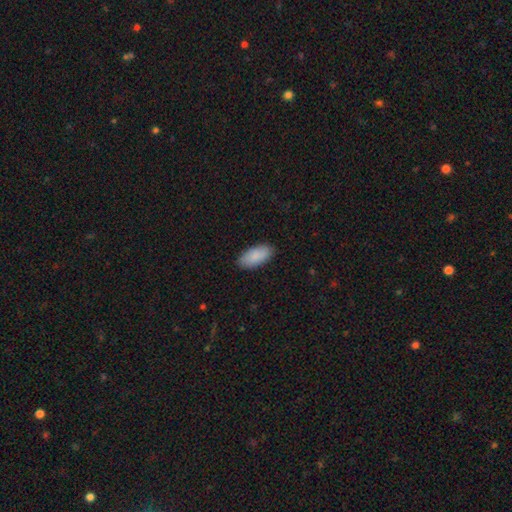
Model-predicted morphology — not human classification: The model was most divided on "merging": none: 88%, minor disturbance: 9%, major disturbance: 2%, merger: 1%. More confident: how rounded — in between (92%); smooth or featured — smooth (89%).